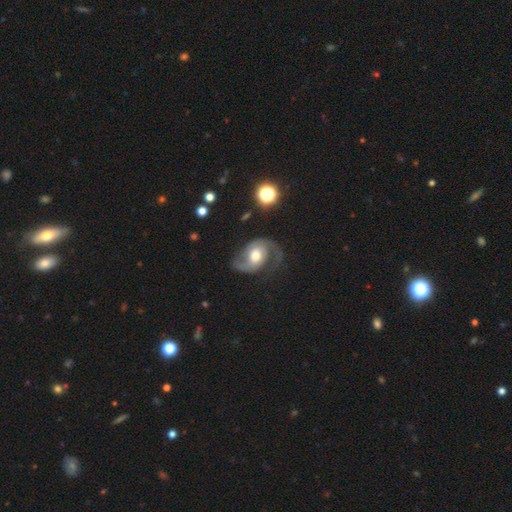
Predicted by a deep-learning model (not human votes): smooth_or_featured: featured or disk (p=0.84) [alt: smooth p=0.10]
disk_edge_on: no (p=0.98) [alt: yes p=0.02]
bar: no (p=0.58) [alt: weak p=0.32]
has_spiral_arms: yes (p=0.95) [alt: no p=0.05]
spiral_winding: medium (p=0.49) [alt: loose p=0.35]
spiral_arm_count: 2 (p=0.89) [alt: 1 p=0.05]
bulge_size: moderate (p=0.65) [alt: large p=0.20]
merging: none (p=0.62) [alt: minor disturbance p=0.19]